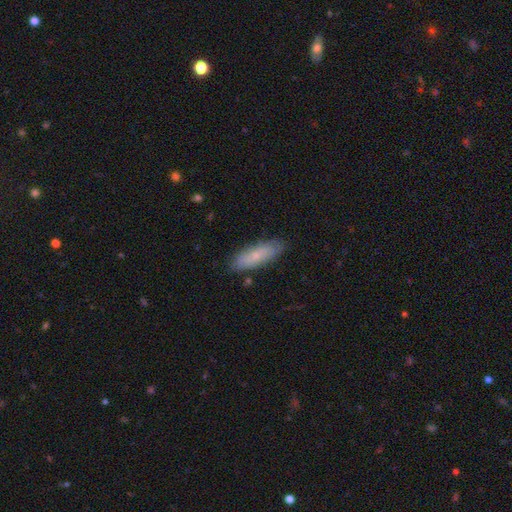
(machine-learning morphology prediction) Smooth or featured? Predicted: smooth (p=0.68). How rounded? Predicted: in between (p=0.50). Merging? Predicted: none (p=0.83).